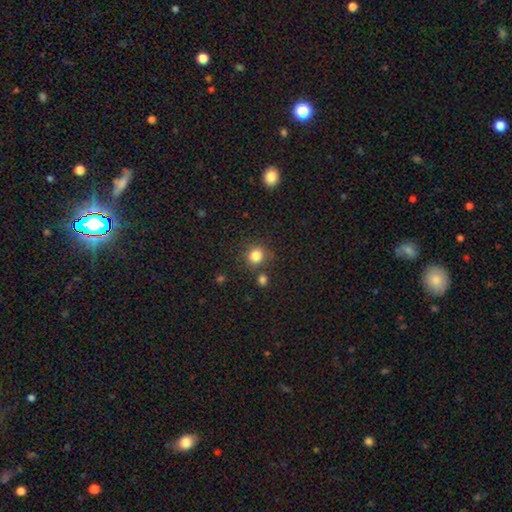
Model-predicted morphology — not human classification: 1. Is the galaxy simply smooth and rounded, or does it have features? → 83% smooth, 12% star or artifact, 5% featured or disk.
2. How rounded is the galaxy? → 88% round, 11% in between, 1% cigar-shaped.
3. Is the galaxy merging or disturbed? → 79% none, 10% minor disturbance, 8% merger, 3% major disturbance.